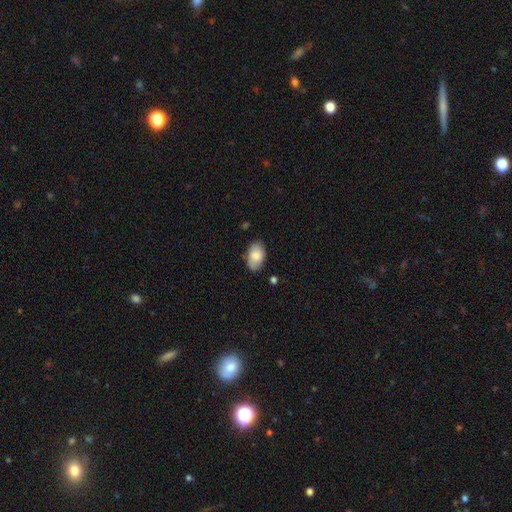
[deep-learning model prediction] The model was most divided on "merging": none: 81%, minor disturbance: 14%, major disturbance: 3%, merger: 2%. More confident: how rounded — in between (92%); smooth or featured — smooth (80%).